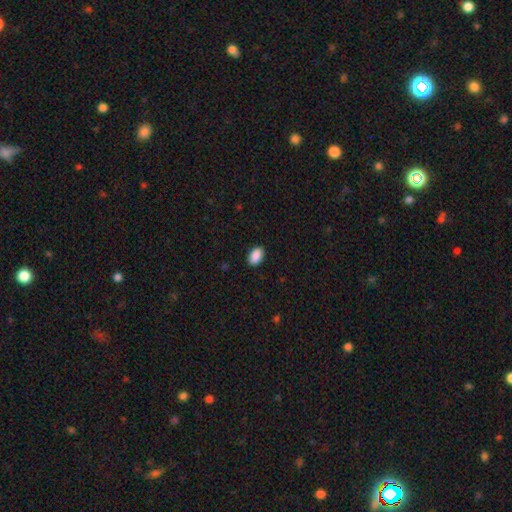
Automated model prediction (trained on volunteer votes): Morphology: type=smooth (90%); roundness=in between (91%); merging=none (90%).